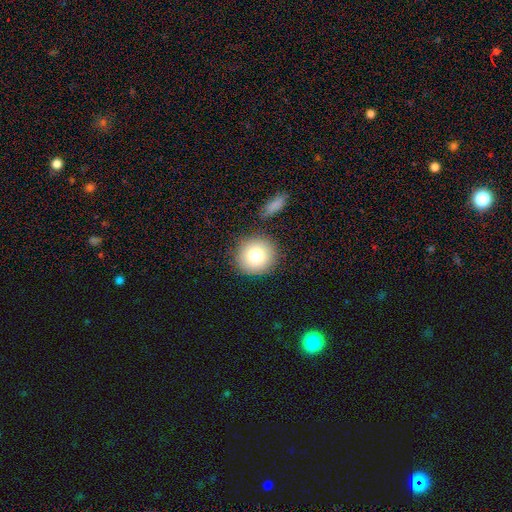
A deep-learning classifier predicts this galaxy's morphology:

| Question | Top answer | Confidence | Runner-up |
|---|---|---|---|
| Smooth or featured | smooth | 79% | featured or disk (11%) |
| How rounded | round | 93% | in between (6%) |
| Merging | none | 85% | minor disturbance (8%) |